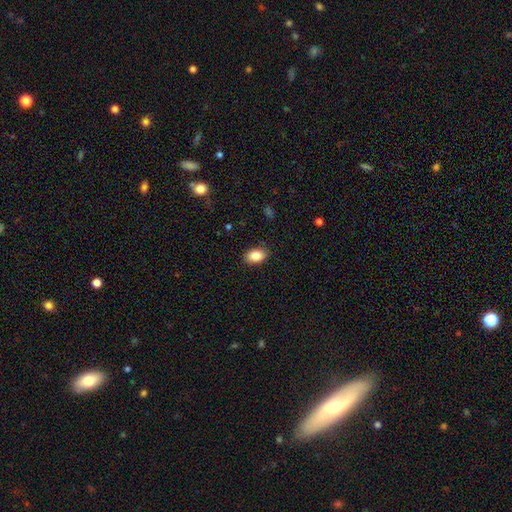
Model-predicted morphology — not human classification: This is clearly a smooth galaxy (86%). How rounded: clearly in between (89%). Merging: clearly none (88%).